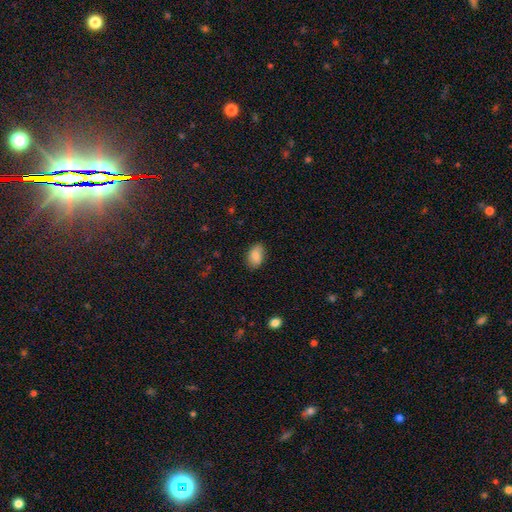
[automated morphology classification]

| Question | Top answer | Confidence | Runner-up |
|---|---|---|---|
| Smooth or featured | smooth | 87% | star or artifact (8%) |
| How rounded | in between | 89% | round (10%) |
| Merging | none | 79% | minor disturbance (16%) |